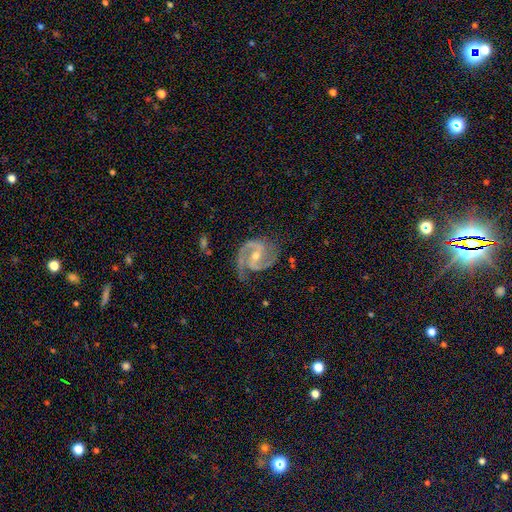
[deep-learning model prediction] The model was most divided on "bulge size": moderate: 49%, small: 47%, none: 1%, large: 1%, dominant: 1%. Remaining: spiral arms — yes (98%); edge-on disk — no (98%); smooth or featured — featured or disk (93%); spiral arm count — 2 (91%); merging — none (74%); spiral winding — medium (59%); bar — weak (43%).